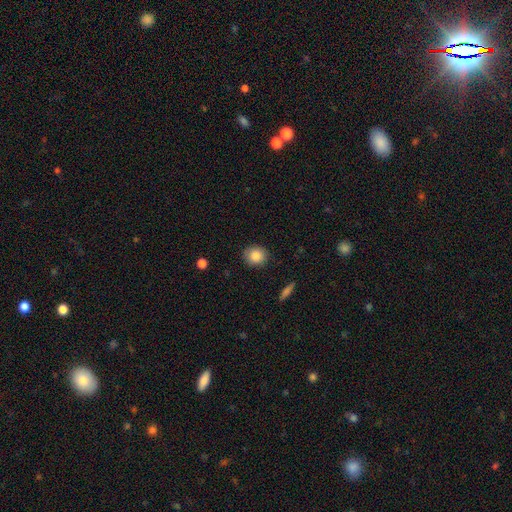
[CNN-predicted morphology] The model was most divided on "how rounded": round: 78%, in between: 21%, cigar-shaped: 1%. More confident: merging — none (87%); smooth or featured — smooth (86%).